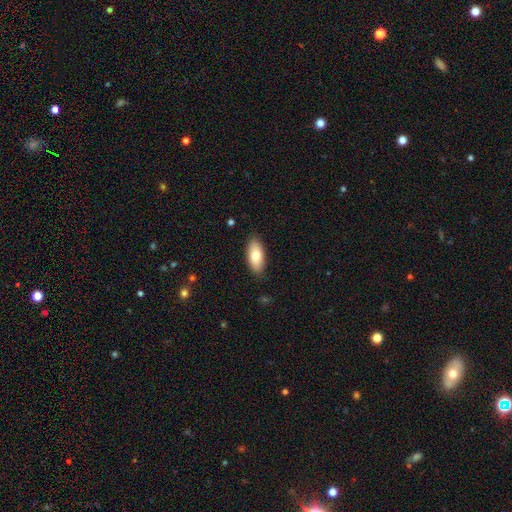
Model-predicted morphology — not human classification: Smooth or featured? smooth (79%)
How rounded? in between (88%)
Merging? none (87%)